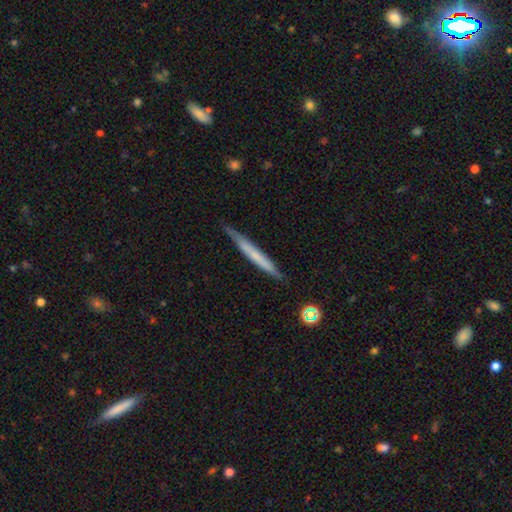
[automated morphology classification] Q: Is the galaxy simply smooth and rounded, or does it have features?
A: smooth — 54%.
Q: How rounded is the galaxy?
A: cigar-shaped — 96%.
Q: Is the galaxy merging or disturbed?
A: none — 84%.